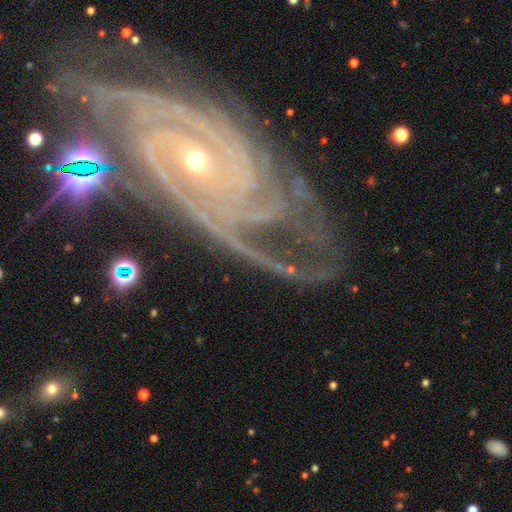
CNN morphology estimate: This appears to be a featured or disk galaxy (92%) with no bar (60%), 4 (24%) tight (76%) spiral arms (99%) and a small central bulge (66%). Merging: none (66%).